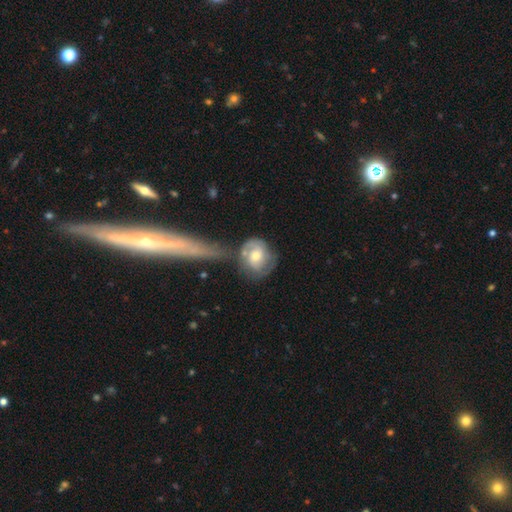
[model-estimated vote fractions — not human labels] A featured or disk galaxy (61%) with no bar (63%), spiral arms (82%) and a moderate central bulge (67%).

Vote fractions:
- Smooth or featured? featured or disk: 61% / smooth: 32% / star or artifact: 6%
- Edge-on disk? no: 96% / yes: 4%
- Bar? no: 63% / weak: 30% / strong: 7%
- Spiral arms? yes: 82% / no: 18%
- Bulge size? moderate: 67% / small: 26% / large: 5% / none: 2% / dominant: 1%
- Merging? none: 43% / merger: 25% / minor disturbance: 19% / major disturbance: 13%